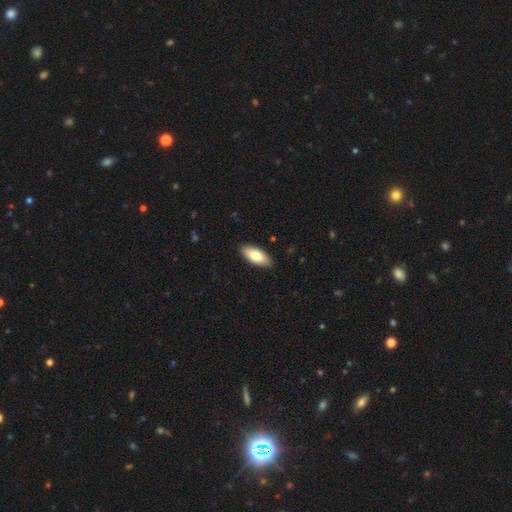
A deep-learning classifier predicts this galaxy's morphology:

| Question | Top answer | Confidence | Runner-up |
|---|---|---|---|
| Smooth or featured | smooth | 79% | featured or disk (15%) |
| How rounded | in between | 87% | cigar-shaped (11%) |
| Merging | none | 88% | minor disturbance (9%) |